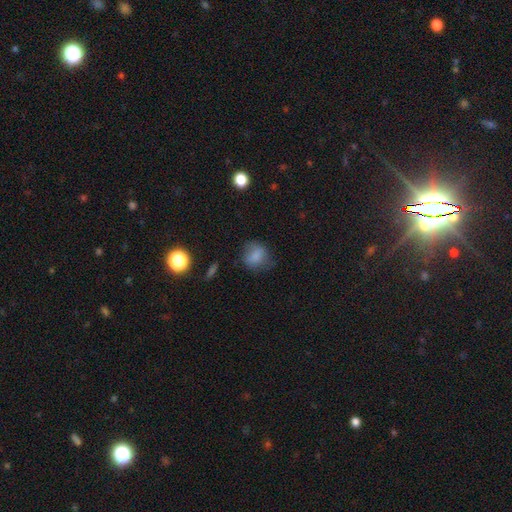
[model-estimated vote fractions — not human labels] Smooth or featured? smooth (78%)
How rounded? round (67%)
Merging? none (64%)